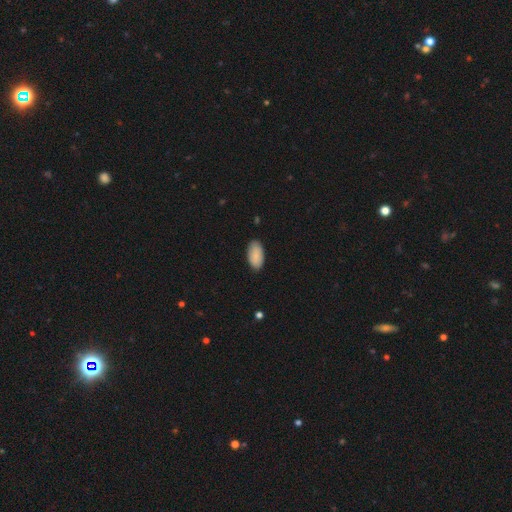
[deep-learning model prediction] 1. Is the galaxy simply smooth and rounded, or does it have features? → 87% smooth, 6% featured or disk, 6% star or artifact.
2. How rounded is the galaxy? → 95% in between, 3% cigar-shaped, 2% round.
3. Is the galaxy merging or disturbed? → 86% none, 11% minor disturbance, 2% major disturbance, 1% merger.